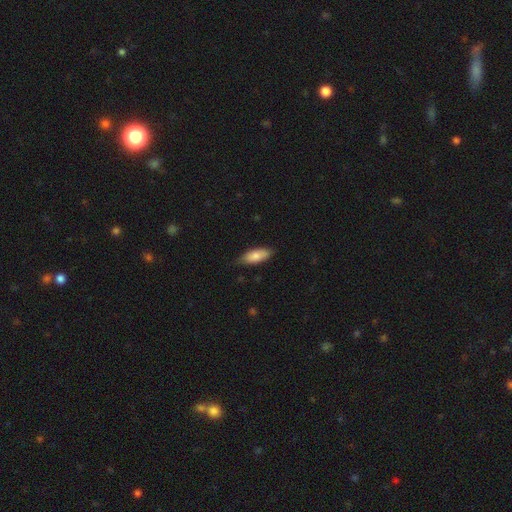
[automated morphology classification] Smooth or featured?
  - smooth: 79% *
  - featured or disk: 15%
  - star or artifact: 6%
How rounded?
  - in between: 78% *
  - cigar-shaped: 20%
  - round: 2%
Merging?
  - none: 76% *
  - minor disturbance: 21%
  - major disturbance: 3%
  - merger: 1%